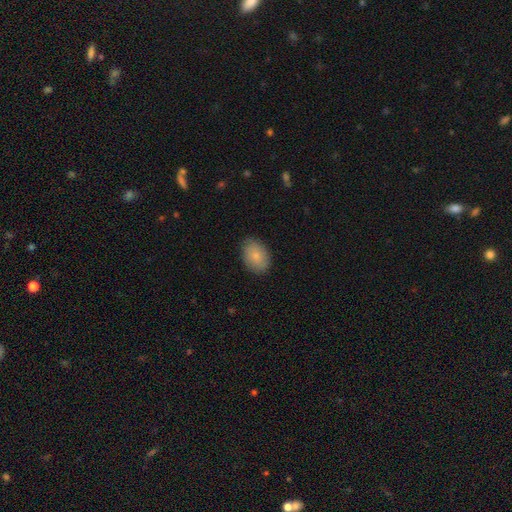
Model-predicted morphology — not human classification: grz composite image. It shows a smooth galaxy with no disk features (83%) that is in between round and cigar-shaped (79%). Merging: none (83%).